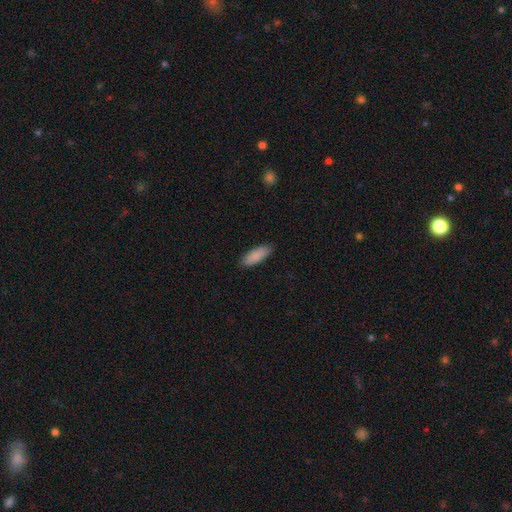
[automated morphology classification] This appears to be a smooth galaxy with no disk features (88%) that is in between round and cigar-shaped (67%). Merging: none (88%).